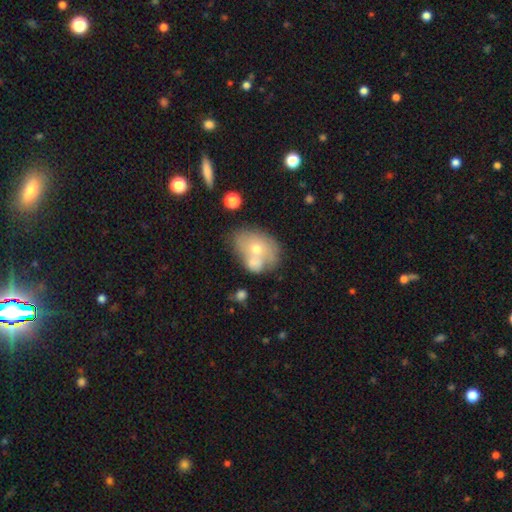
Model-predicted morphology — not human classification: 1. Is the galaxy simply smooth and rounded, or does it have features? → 54% smooth, 37% featured or disk, 9% star or artifact.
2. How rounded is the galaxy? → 68% in between, 30% round, 2% cigar-shaped.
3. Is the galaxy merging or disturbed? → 48% merger, 30% none, 15% minor disturbance, 7% major disturbance.